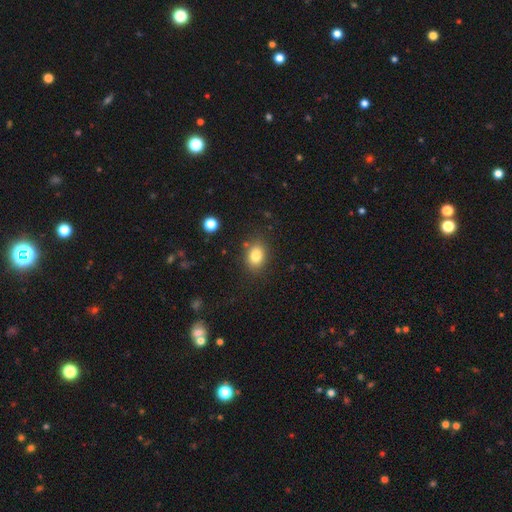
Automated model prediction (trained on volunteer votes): This is clearly a smooth galaxy (83%). How rounded: likely in between (68%). Merging: clearly none (83%).